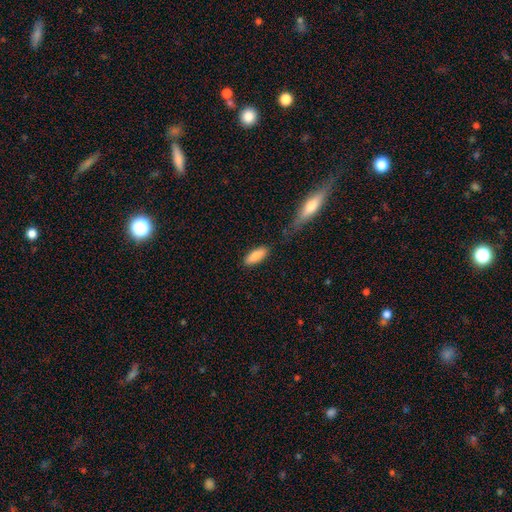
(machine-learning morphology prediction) A smooth galaxy with no disk features (84%) that is in between round and cigar-shaped (70%).

Vote fractions:
- Smooth or featured? smooth: 84% / featured or disk: 9% / star or artifact: 6%
- How rounded? in between: 70% / cigar-shaped: 28% / round: 2%
- Merging? none: 82% / minor disturbance: 12% / merger: 3% / major disturbance: 3%